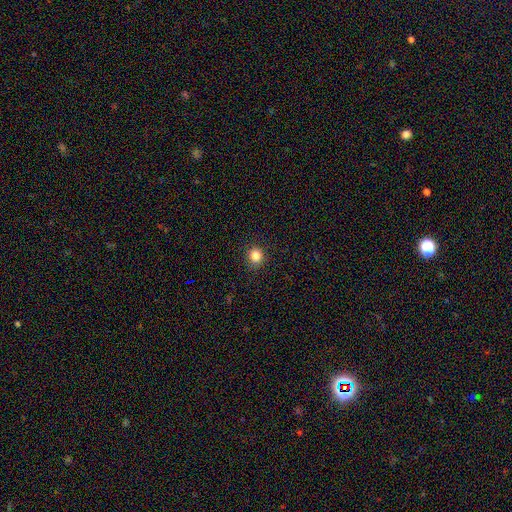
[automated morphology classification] Smooth or featured? smooth (84%)
How rounded? round (89%)
Merging? none (91%)